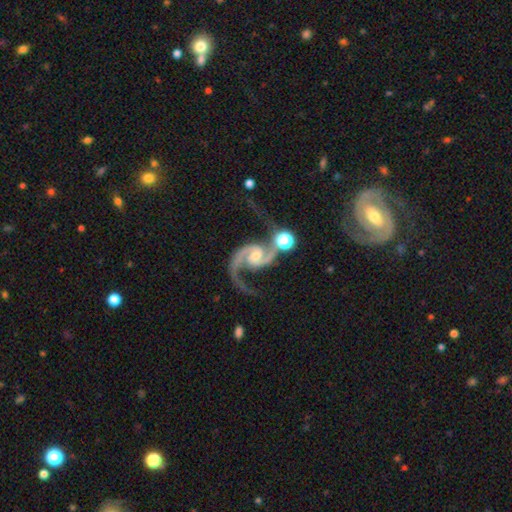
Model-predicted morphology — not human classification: Smooth or featured: featured or disk — 93% (star or artifact — 4%)
Edge-on disk: no — 98% (yes — 2%)
Bar: no — 52% (weak — 36%)
Spiral arms: yes — 98% (no — 2%)
Spiral winding: medium — 52% (loose — 38%)
Spiral arm count: 2 — 94% (1 — 2%)
Bulge size: moderate — 48% (small — 43%)
Merging: none — 56% (minor disturbance — 17%)